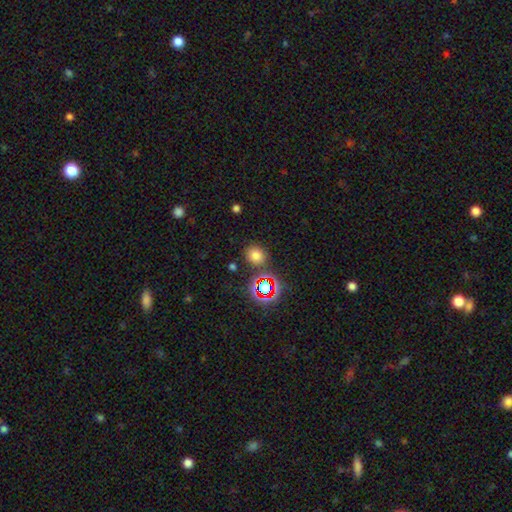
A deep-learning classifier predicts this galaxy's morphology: Smooth or featured?
  - smooth: 69% *
  - star or artifact: 24%
  - featured or disk: 7%
How rounded?
  - round: 74% *
  - in between: 25%
  - cigar-shaped: 1%
Merging?
  - none: 80% *
  - minor disturbance: 11%
  - merger: 6%
  - major disturbance: 4%